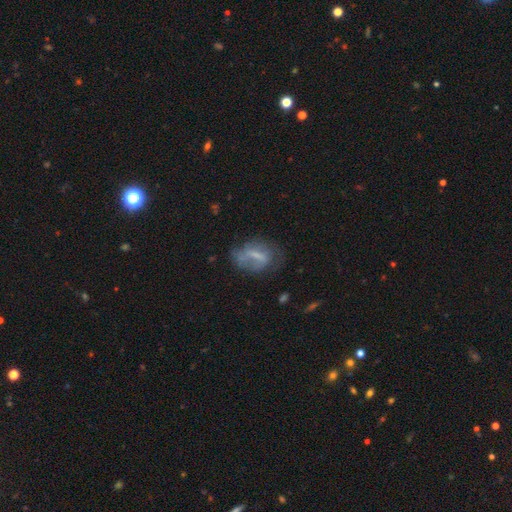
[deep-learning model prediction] A featured or disk galaxy (46%).

Vote fractions:
- Smooth or featured? featured or disk: 46% / smooth: 44% / star or artifact: 10%
- Merging? none: 45% / minor disturbance: 28% / major disturbance: 23% / merger: 4%